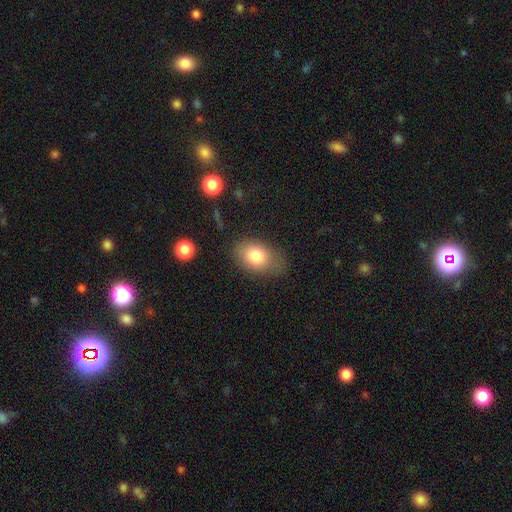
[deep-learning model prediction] Q: Smooth or featured?
A: smooth (80%); runner-up: featured or disk (11%)
Q: How rounded?
A: in between (81%); runner-up: round (17%)
Q: Merging?
A: none (66%); runner-up: minor disturbance (24%)